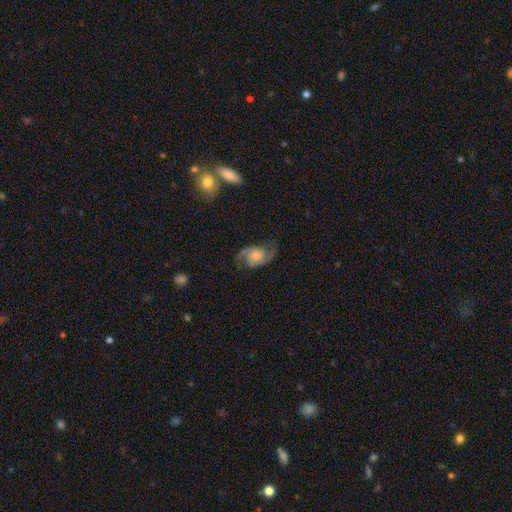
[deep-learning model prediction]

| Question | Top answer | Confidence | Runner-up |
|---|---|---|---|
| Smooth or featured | featured or disk | 76% | smooth (17%) |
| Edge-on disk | no | 97% | yes (3%) |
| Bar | no | 68% | weak (28%) |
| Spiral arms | yes | 94% | no (6%) |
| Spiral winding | medium | 49% | loose (32%) |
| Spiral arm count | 2 | 90% | can't tell (5%) |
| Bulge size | moderate | 50% | small (24%) |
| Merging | none | 72% | minor disturbance (18%) |